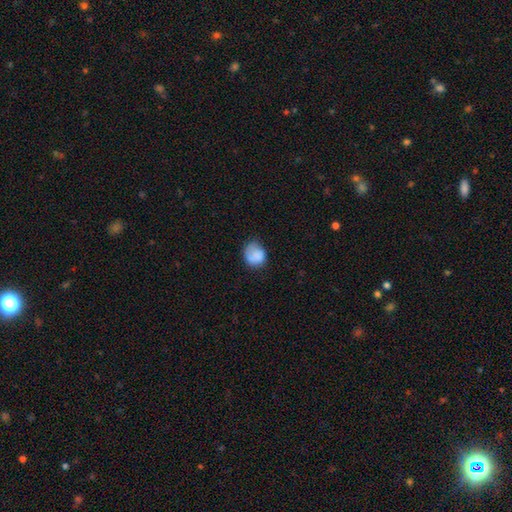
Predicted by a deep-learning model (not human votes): smooth-or-featured: smooth: 79% | featured or disk: 14% | star or artifact: 8%
  how-rounded: round: 68% | in between: 31% | cigar-shaped: 1%
  merging: none: 53% | minor disturbance: 31% | major disturbance: 13% | merger: 3%